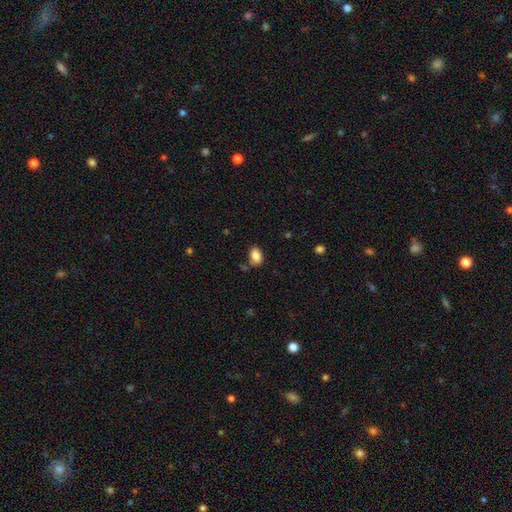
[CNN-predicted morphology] The model was most divided on "merging": none: 70%, minor disturbance: 18%, merger: 7%, major disturbance: 4%. More confident: how rounded — in between (86%); smooth or featured — smooth (85%).